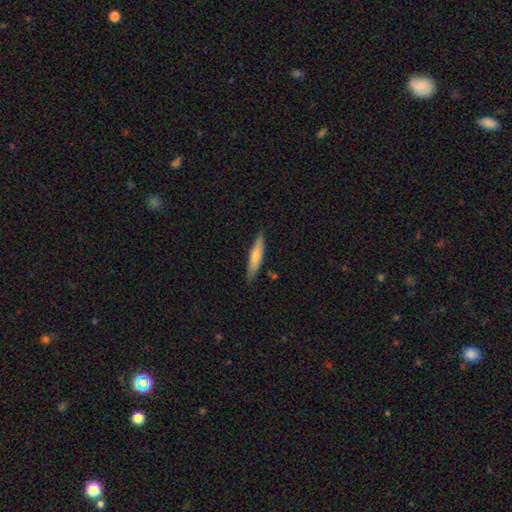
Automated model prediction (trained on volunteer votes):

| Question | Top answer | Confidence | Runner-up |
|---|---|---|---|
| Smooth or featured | smooth | 65% | featured or disk (29%) |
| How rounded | cigar-shaped | 84% | in between (15%) |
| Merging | none | 84% | minor disturbance (12%) |